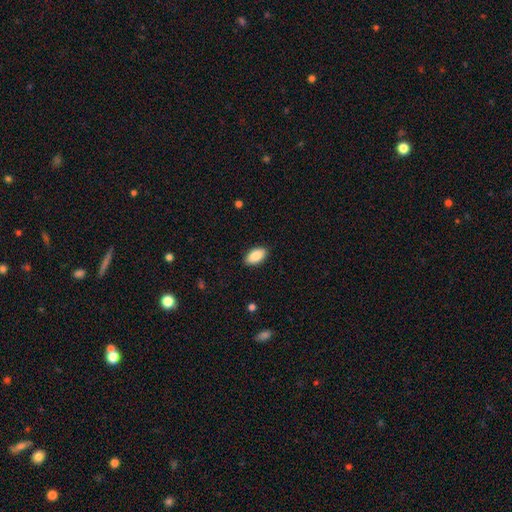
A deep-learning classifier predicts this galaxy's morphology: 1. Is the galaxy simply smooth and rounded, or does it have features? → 89% smooth, 7% star or artifact, 4% featured or disk.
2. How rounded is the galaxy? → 94% in between, 3% round, 3% cigar-shaped.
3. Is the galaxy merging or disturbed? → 89% none, 8% minor disturbance, 2% major disturbance, 1% merger.